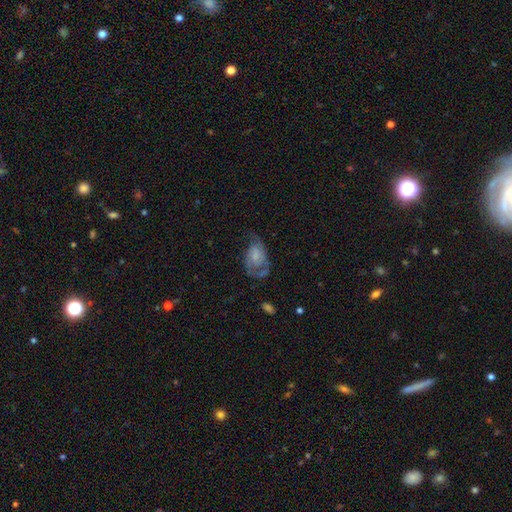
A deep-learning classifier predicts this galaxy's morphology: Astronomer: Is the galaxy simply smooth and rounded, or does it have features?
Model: featured or disk — 58% (runner-up: smooth, 34%).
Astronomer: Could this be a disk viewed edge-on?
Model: no — 96%.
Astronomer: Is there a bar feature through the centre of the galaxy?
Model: no — 60%.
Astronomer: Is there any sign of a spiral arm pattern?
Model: yes — 77%.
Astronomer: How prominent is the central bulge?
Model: none — 37% (runner-up: small, 28%).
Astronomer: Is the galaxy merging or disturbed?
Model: none — 37% (runner-up: major disturbance, 32%).